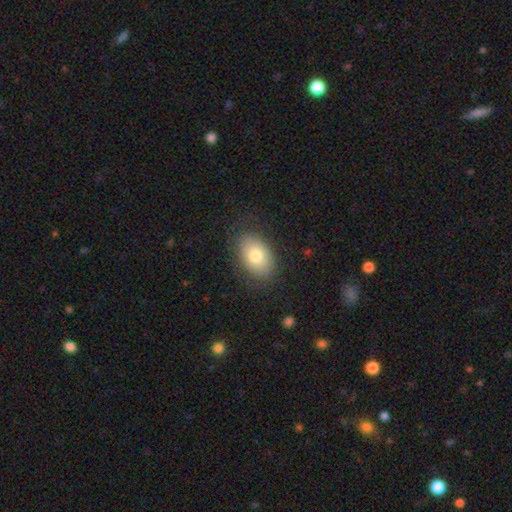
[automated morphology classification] A smooth galaxy with no disk features (79%) that is in between round and cigar-shaped (87%).

Vote fractions:
- Smooth or featured? smooth: 79% / featured or disk: 13% / star or artifact: 7%
- How rounded? in between: 87% / round: 12% / cigar-shaped: 1%
- Merging? none: 82% / minor disturbance: 13% / major disturbance: 4% / merger: 1%